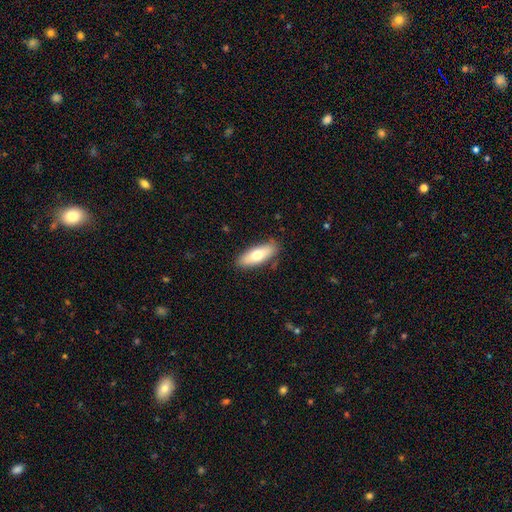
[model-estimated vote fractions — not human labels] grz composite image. It shows a smooth galaxy with no disk features (64%) that is in between round and cigar-shaped (66%). Merging: none (87%).